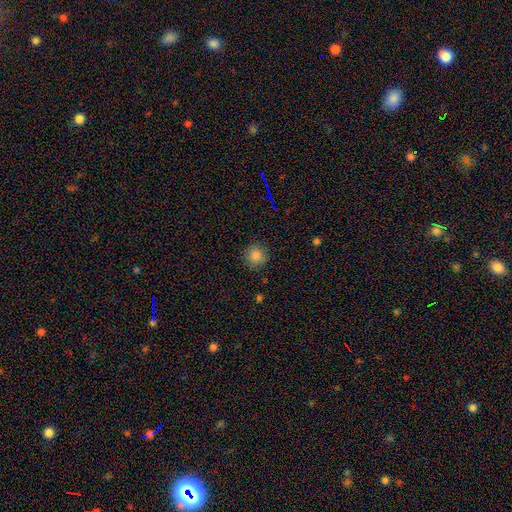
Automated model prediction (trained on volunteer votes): Smooth or featured?
  - smooth: 84% *
  - star or artifact: 12%
  - featured or disk: 4%
How rounded?
  - round: 94% *
  - in between: 5%
  - cigar-shaped: 1%
Merging?
  - none: 89% *
  - minor disturbance: 8%
  - major disturbance: 2%
  - merger: 1%